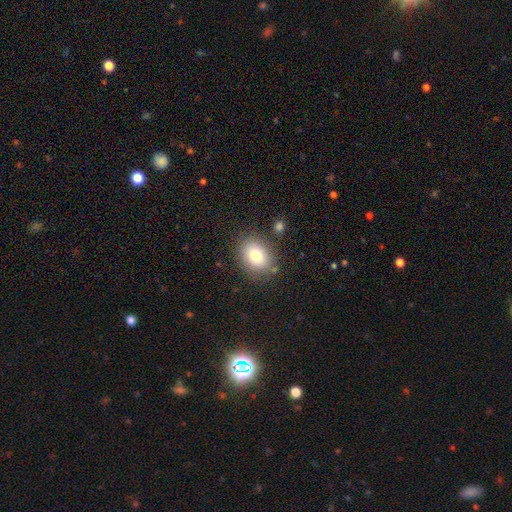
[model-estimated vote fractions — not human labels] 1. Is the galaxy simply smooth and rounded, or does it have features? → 78% smooth, 12% featured or disk, 10% star or artifact.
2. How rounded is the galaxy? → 60% in between, 39% round, 1% cigar-shaped.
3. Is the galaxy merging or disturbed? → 81% none, 12% minor disturbance, 4% major disturbance, 4% merger.